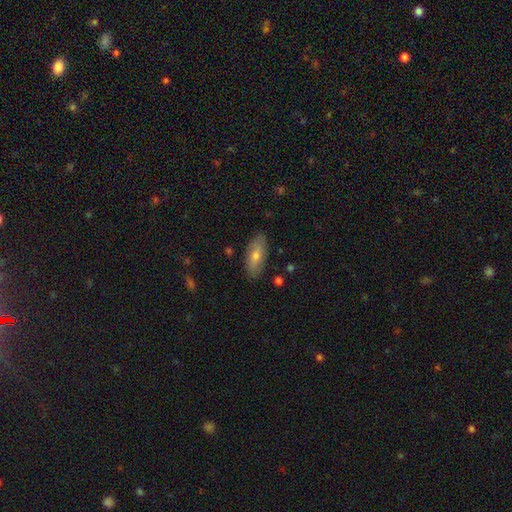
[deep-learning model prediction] Overall: smooth (62%; featured or disk 31%). How rounded: in between (77%). Merging: none (85%).